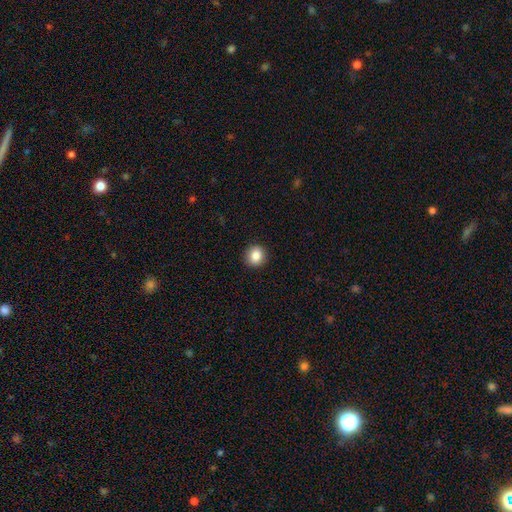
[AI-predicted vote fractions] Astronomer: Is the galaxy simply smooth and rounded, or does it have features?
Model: smooth — 86%.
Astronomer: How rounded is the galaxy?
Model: round — 88%.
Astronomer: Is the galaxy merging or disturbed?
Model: none — 92%.